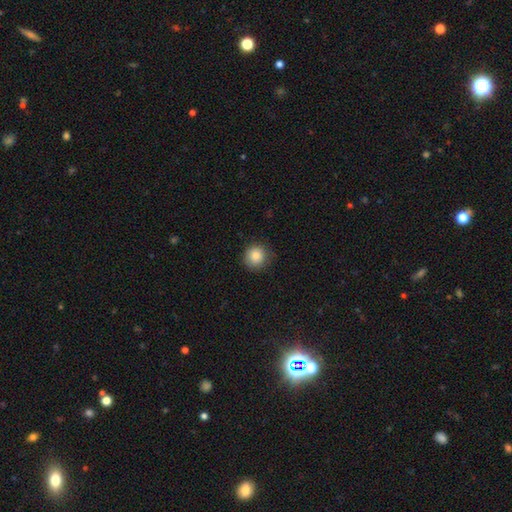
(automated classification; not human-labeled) Morphology: type=smooth (85%); roundness=round (92%); merging=none (85%).